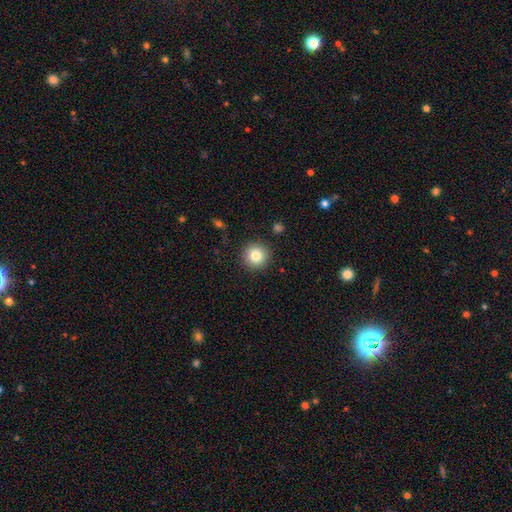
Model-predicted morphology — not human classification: smooth_or_featured: smooth (p=0.83) [alt: star or artifact p=0.10]
how_rounded: round (p=0.95) [alt: in between p=0.04]
merging: none (p=0.91) [alt: minor disturbance p=0.06]